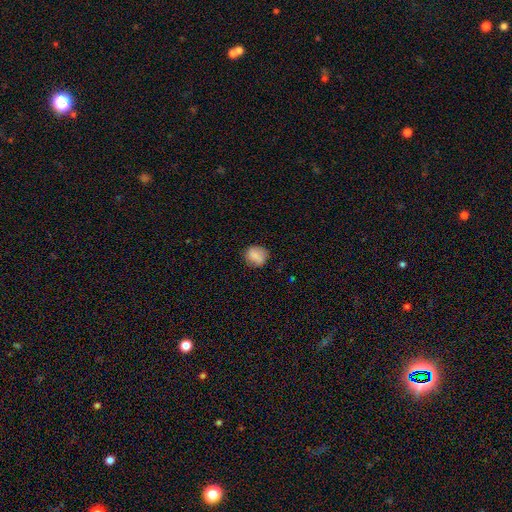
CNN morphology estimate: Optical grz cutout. It shows a smooth galaxy with no disk features (83%) that is round (67%). Merging: none (79%).